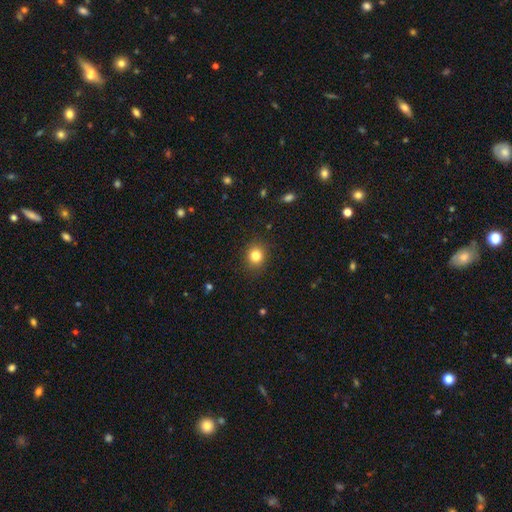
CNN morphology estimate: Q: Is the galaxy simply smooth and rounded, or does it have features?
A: smooth — 83%.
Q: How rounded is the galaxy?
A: round — 78%.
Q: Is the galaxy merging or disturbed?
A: none — 89%.